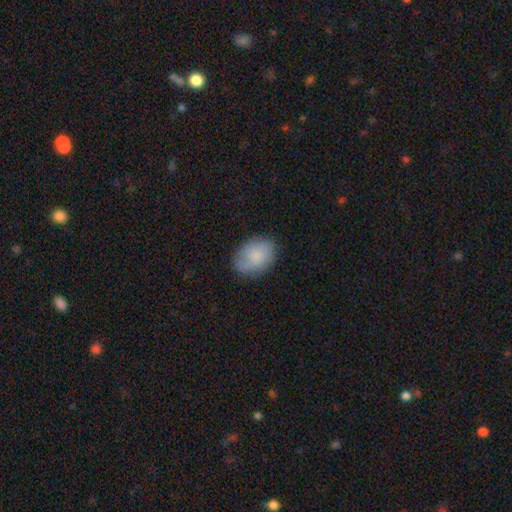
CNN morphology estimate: smooth_or_featured: smooth (p=0.75) [alt: featured or disk p=0.18]
how_rounded: in between (p=0.70) [alt: round p=0.28]
merging: none (p=0.76) [alt: minor disturbance p=0.18]